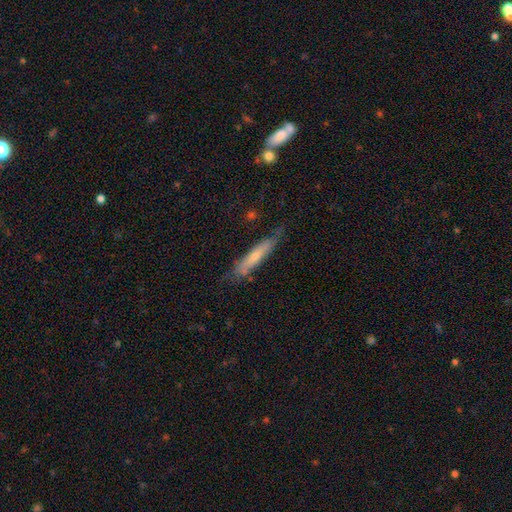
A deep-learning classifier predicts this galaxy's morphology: A smooth galaxy with no disk features (52%) that is cigar-shaped (90%).

Vote fractions:
- Smooth or featured? smooth: 52% / featured or disk: 42% / star or artifact: 7%
- How rounded? cigar-shaped: 90% / in between: 9% / round: 1%
- Merging? none: 71% / minor disturbance: 22% / major disturbance: 5% / merger: 2%